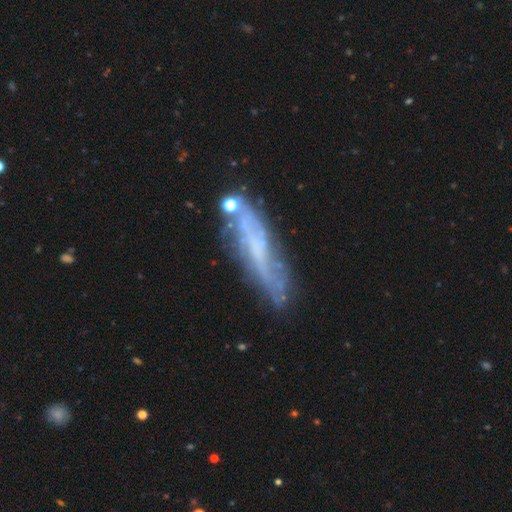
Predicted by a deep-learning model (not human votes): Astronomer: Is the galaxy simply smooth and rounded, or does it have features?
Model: featured or disk — 62%.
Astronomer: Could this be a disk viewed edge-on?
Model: no — 60% (runner-up: yes, 40%).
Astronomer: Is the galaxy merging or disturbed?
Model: none — 64%.